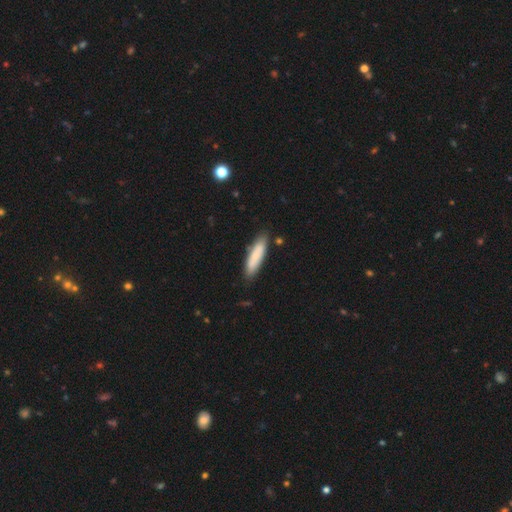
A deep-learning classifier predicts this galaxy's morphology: Smooth or featured: smooth — 76% (featured or disk — 18%)
How rounded: cigar-shaped — 67% (in between — 31%)
Merging: none — 79% (minor disturbance — 15%)